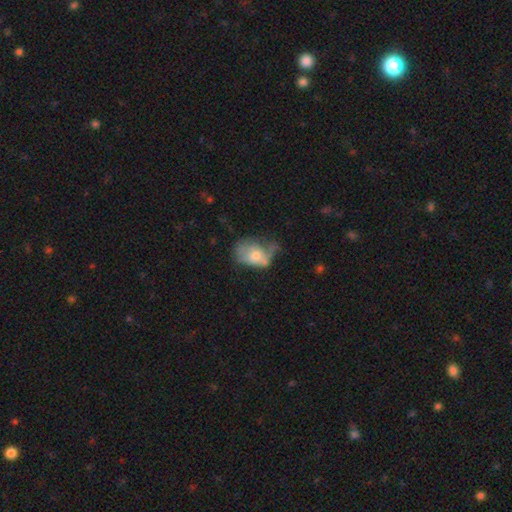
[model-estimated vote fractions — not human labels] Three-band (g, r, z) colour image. It shows a smooth galaxy with no disk features (59%) that is in between round and cigar-shaped (79%). Merging: minor disturbance (33%, tied with major disturbance).